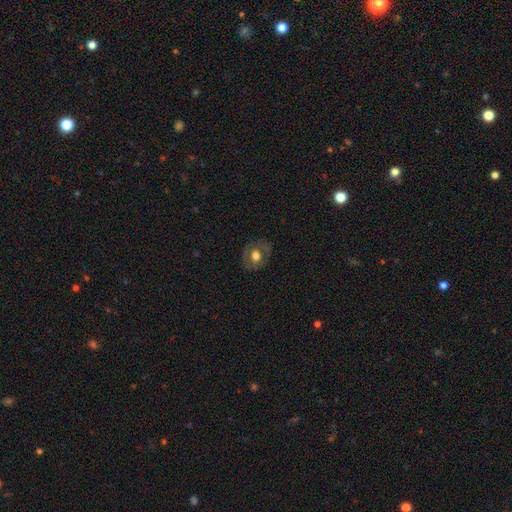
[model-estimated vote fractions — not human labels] smooth 53%, featured or disk 38%, star or artifact 9%. Down the decision tree: how rounded — round (58%); merging — none (80%).